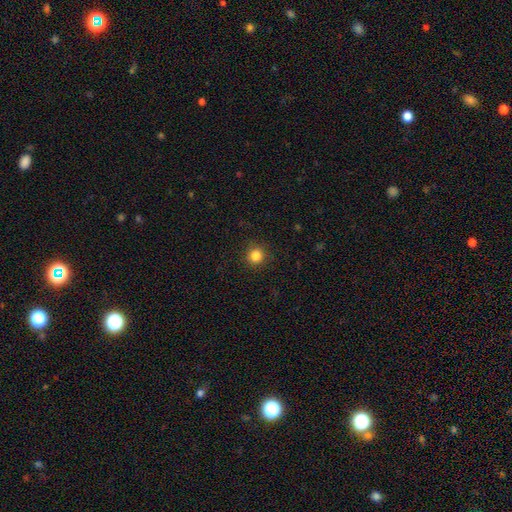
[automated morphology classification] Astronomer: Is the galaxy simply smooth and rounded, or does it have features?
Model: smooth — 84%.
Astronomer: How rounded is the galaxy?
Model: round — 93%.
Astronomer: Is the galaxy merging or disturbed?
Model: none — 91%.